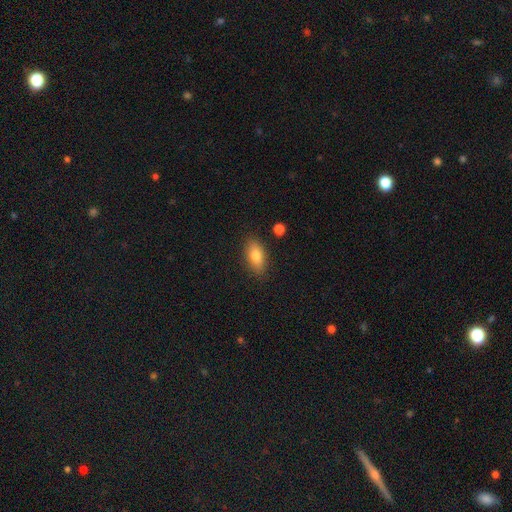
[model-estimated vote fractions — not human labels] Morphology: type=smooth (78%); roundness=in between (86%); merging=none (85%).